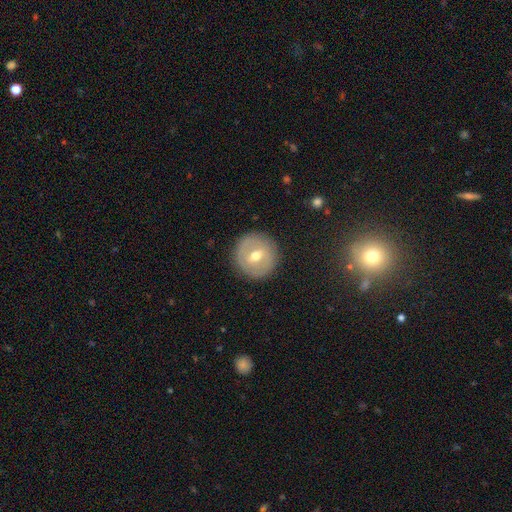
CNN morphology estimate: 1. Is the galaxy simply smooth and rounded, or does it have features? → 50% featured or disk, 42% smooth, 8% star or artifact.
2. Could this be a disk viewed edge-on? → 93% no, 7% yes.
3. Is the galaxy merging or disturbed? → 88% none, 8% minor disturbance, 3% major disturbance, 1% merger.